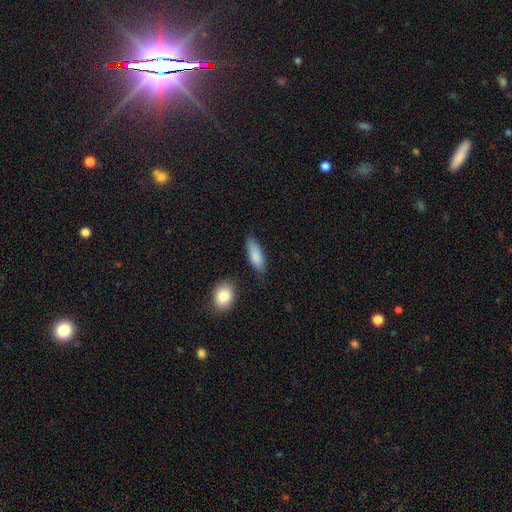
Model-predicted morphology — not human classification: type=smooth (85%); roundness=in between (65%); merging=none (76%).